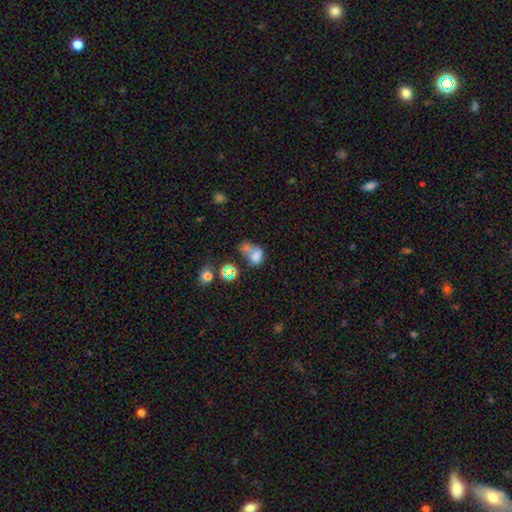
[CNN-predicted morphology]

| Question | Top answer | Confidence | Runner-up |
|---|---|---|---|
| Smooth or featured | smooth | 65% | featured or disk (18%) |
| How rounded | in between | 70% | round (28%) |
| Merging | merger | 48% | major disturbance (19%) |